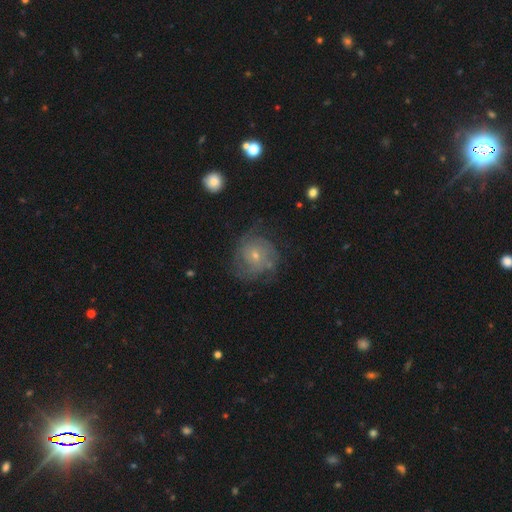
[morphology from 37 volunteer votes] A featured or disk galaxy (78%) with no bar (59%), medium (48%) spiral arms (79%) and a small central bulge (69%). Merging: none (57%).